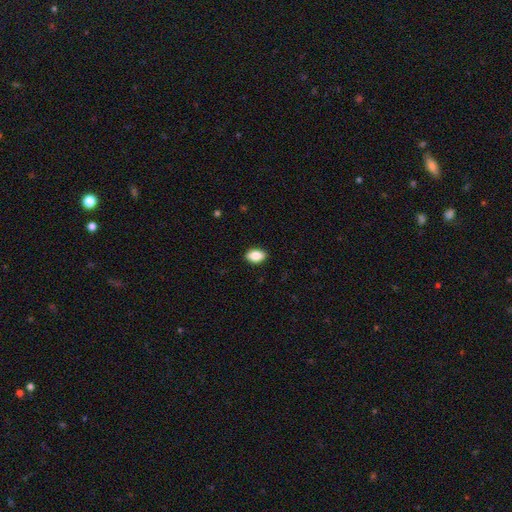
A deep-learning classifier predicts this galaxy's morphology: This appears to be a smooth galaxy with no disk features (86%) that is in between round and cigar-shaped (88%). Merging: none (89%).